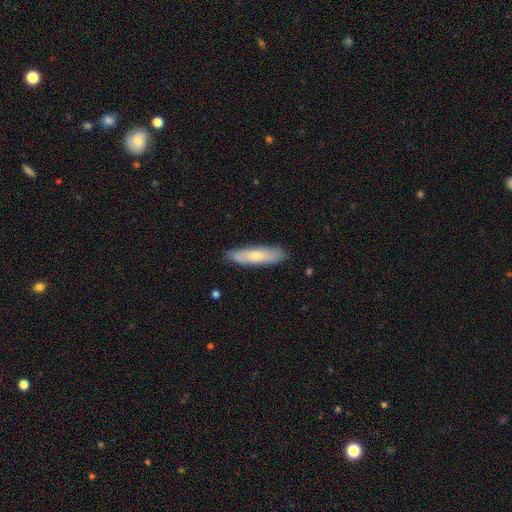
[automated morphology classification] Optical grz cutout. It shows a smooth galaxy with no disk features (66%) that is cigar-shaped (73%). Merging: none (86%).